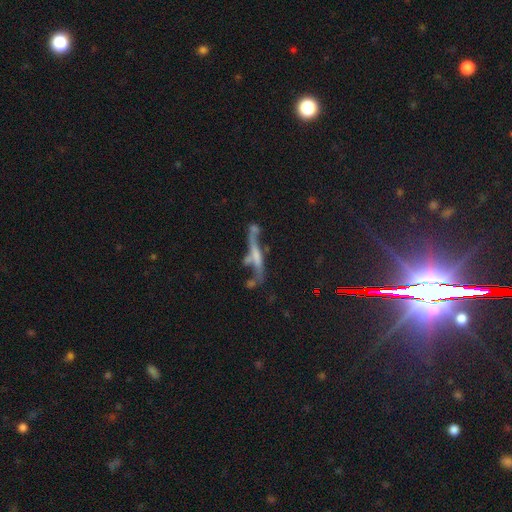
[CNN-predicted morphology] This is likely a featured or disk galaxy (62%). It is possibly viewed edge-on (58%). Merging: marginally none (34%).